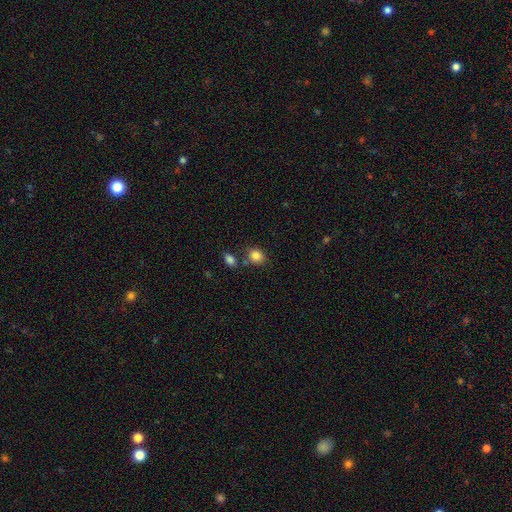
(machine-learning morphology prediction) Overall: smooth (85%). How rounded: round (65%; in between 34%). Merging: none (67%).